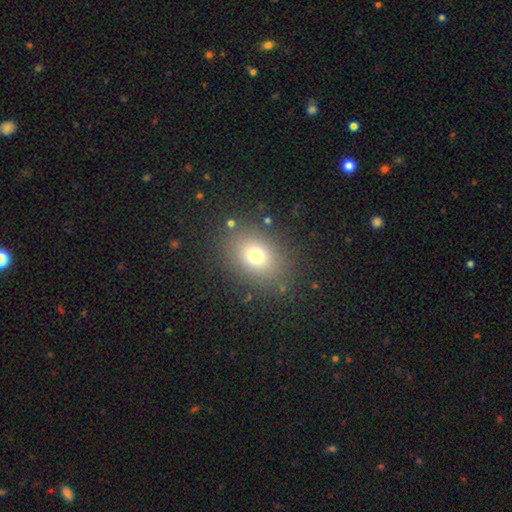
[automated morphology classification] smooth-or-featured: smooth: 74% | star or artifact: 14% | featured or disk: 11%
  how-rounded: in between: 62% | round: 37% | cigar-shaped: 1%
  merging: none: 83% | minor disturbance: 10% | major disturbance: 5% | merger: 2%